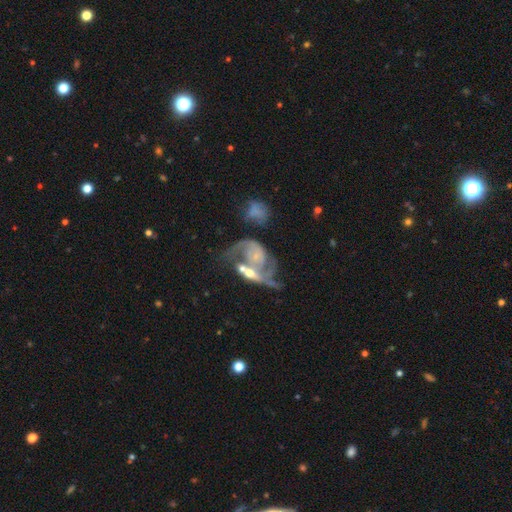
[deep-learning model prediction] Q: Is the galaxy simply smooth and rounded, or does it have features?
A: featured or disk — 82%.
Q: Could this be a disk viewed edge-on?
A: no — 96%.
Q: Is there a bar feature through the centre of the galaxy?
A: no — 64%.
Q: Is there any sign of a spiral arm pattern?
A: yes — 90%.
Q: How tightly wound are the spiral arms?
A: medium — 42%.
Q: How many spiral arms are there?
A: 2 — 70%.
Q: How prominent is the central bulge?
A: small — 59%.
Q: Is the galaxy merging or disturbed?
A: merger — 44%.